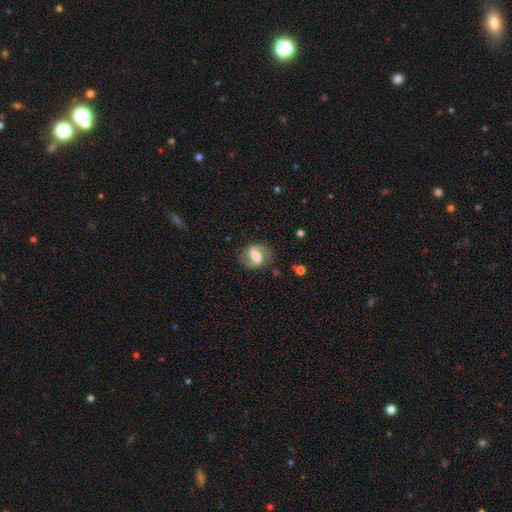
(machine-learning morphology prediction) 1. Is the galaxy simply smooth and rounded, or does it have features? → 75% featured or disk, 18% smooth, 6% star or artifact.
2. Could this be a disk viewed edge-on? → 96% no, 4% yes.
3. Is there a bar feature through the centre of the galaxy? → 44% strong, 40% weak, 16% no.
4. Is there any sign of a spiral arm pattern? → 87% yes, 13% no.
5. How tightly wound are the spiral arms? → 48% medium, 33% loose, 19% tight.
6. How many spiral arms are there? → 90% 2, 5% can't tell, 3% 1, 1% 3, 1% 4, 1% more than 4.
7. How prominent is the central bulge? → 65% moderate, 16% small, 15% large, 2% none, 2% dominant.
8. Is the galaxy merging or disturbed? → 82% none, 12% minor disturbance, 5% major disturbance, 1% merger.